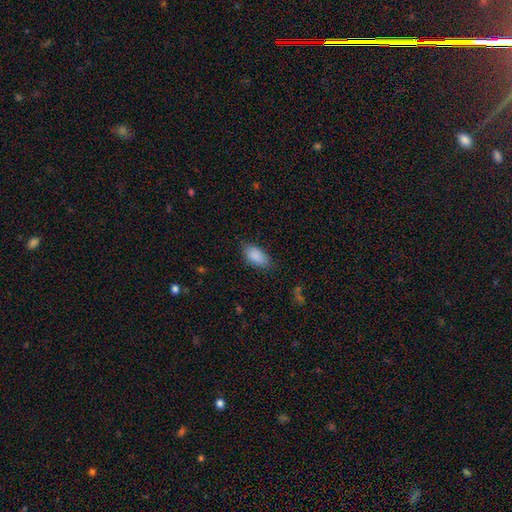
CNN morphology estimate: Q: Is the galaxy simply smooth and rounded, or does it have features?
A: smooth — 89%.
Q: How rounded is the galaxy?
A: in between — 92%.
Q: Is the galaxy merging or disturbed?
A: none — 80%.